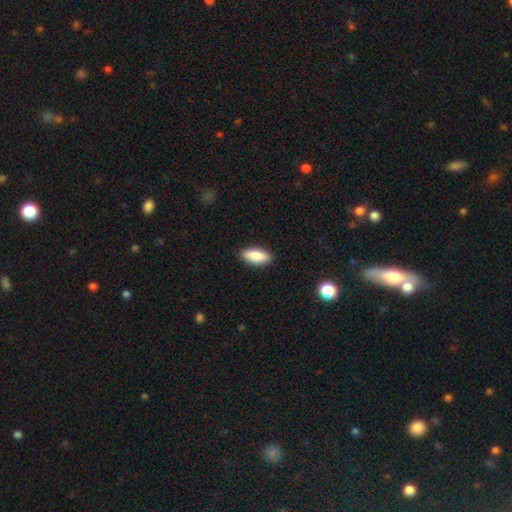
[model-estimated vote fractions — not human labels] Morphology: type=smooth (87%); roundness=in between (81%); merging=none (89%).